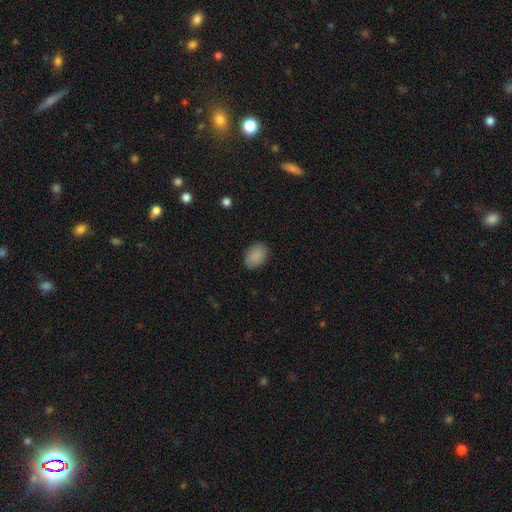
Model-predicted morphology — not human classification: Smooth or featured? Predicted: smooth (p=0.89). How rounded? Predicted: in between (p=0.81). Merging? Predicted: none (p=0.86).